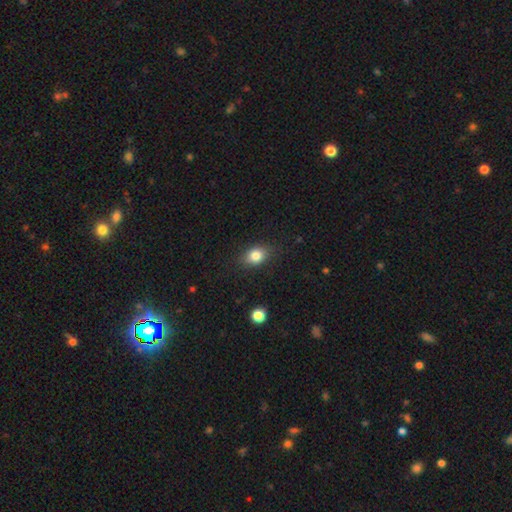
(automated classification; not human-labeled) Smooth or featured? Predicted: smooth (p=0.82). How rounded? Predicted: in between (p=0.65). Merging? Predicted: none (p=0.82).